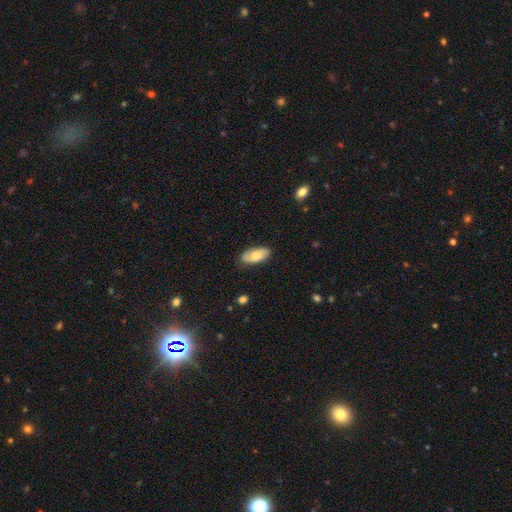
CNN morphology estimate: Overall: smooth (74%). How rounded: in between (91%). Merging: none (83%).